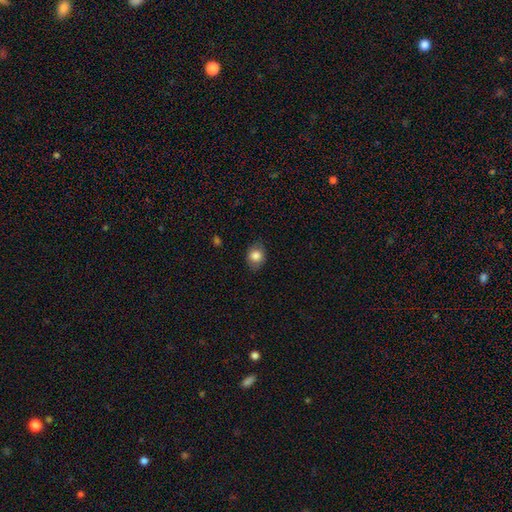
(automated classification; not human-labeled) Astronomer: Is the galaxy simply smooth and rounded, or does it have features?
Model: smooth — 83%.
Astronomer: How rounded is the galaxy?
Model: in between — 50% (runner-up: round, 49%).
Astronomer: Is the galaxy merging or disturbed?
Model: none — 82%.